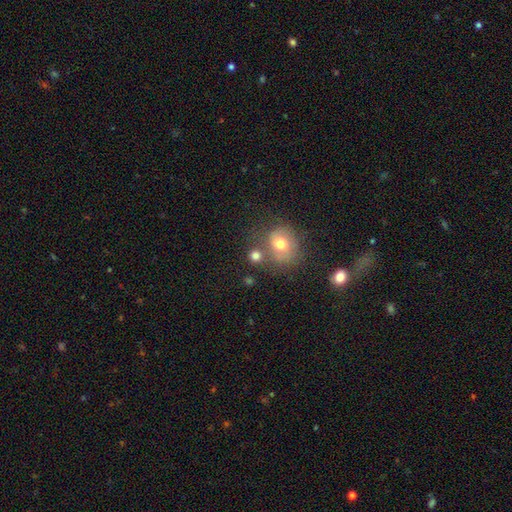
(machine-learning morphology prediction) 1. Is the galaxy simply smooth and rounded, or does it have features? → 77% smooth, 13% star or artifact, 10% featured or disk.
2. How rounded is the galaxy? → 83% round, 15% in between, 1% cigar-shaped.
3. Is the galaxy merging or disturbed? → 61% none, 22% merger, 11% minor disturbance, 6% major disturbance.